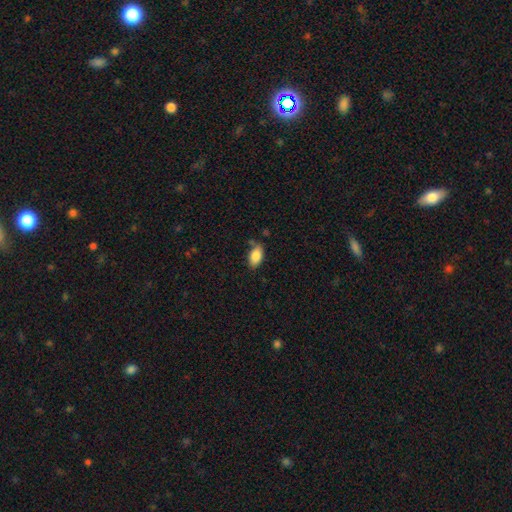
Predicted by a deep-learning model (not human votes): Smooth or featured?
  - smooth: 87% *
  - star or artifact: 7%
  - featured or disk: 6%
How rounded?
  - in between: 93% *
  - round: 4%
  - cigar-shaped: 3%
Merging?
  - none: 72% *
  - minor disturbance: 19%
  - merger: 5%
  - major disturbance: 4%